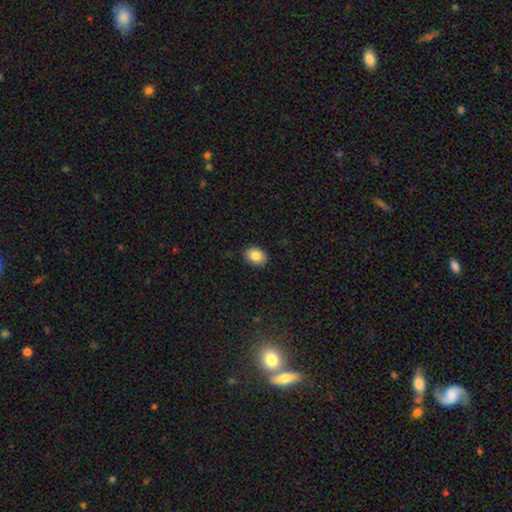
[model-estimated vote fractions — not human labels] smooth 85%, star or artifact 8%, featured or disk 7%. Down the decision tree: how rounded — in between (67%); merging — none (90%).